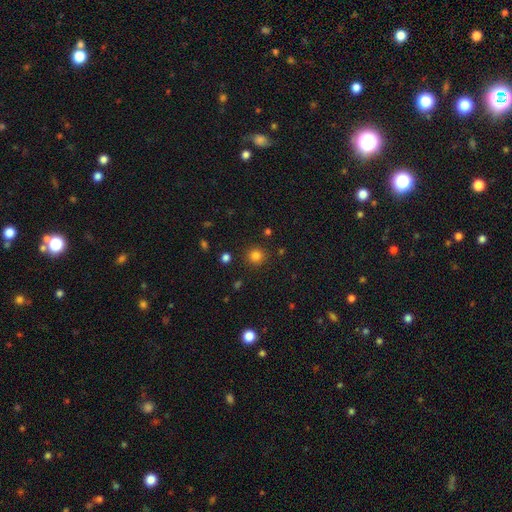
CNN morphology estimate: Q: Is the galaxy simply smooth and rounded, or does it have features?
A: smooth — 82%.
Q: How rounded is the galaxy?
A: round — 93%.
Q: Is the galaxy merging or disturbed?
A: none — 89%.